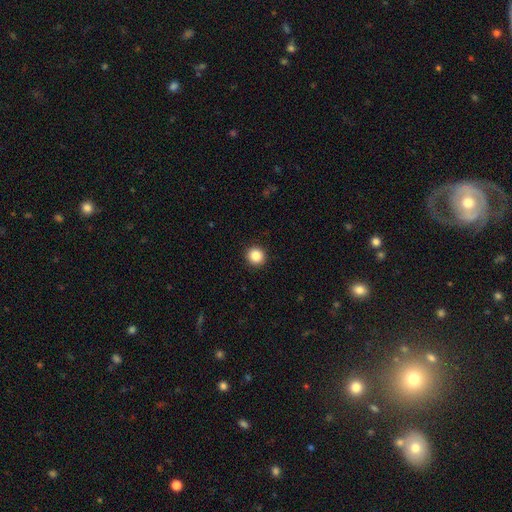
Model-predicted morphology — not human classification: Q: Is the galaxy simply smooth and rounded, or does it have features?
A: smooth — 86%.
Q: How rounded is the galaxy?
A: round — 94%.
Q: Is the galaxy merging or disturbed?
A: none — 93%.